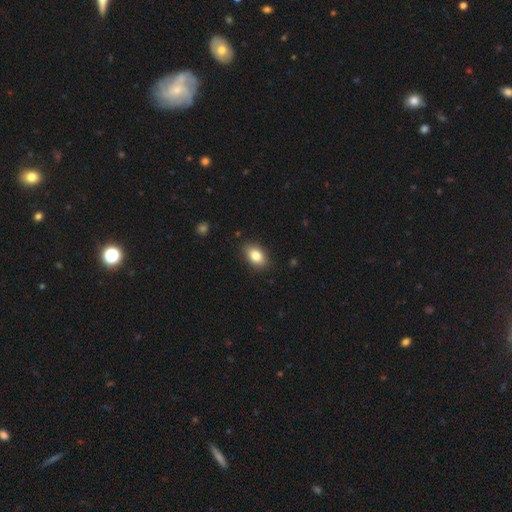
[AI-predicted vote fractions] Q: Smooth or featured?
A: smooth (83%); runner-up: featured or disk (9%)
Q: How rounded?
A: in between (86%); runner-up: round (12%)
Q: Merging?
A: none (87%); runner-up: minor disturbance (10%)